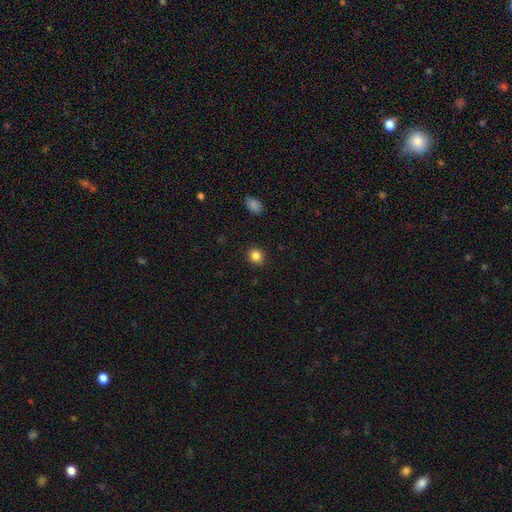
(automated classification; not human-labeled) smooth 85%, star or artifact 11%, featured or disk 4%. Down the decision tree: how rounded — round (83%); merging — none (89%).